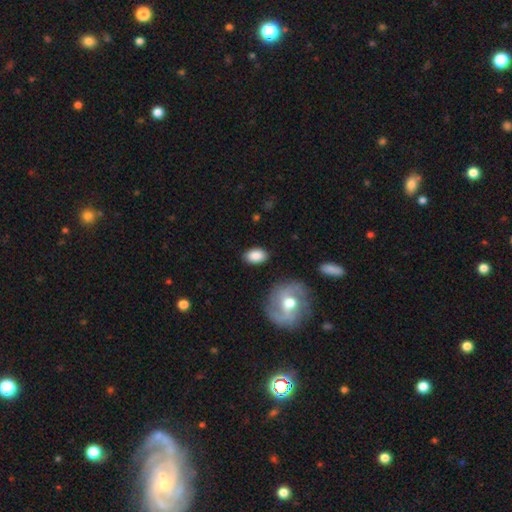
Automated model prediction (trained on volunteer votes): Smooth or featured?
  - smooth: 84% *
  - featured or disk: 9%
  - star or artifact: 7%
How rounded?
  - in between: 88% *
  - round: 11%
  - cigar-shaped: 2%
Merging?
  - none: 85% *
  - minor disturbance: 10%
  - major disturbance: 3%
  - merger: 2%